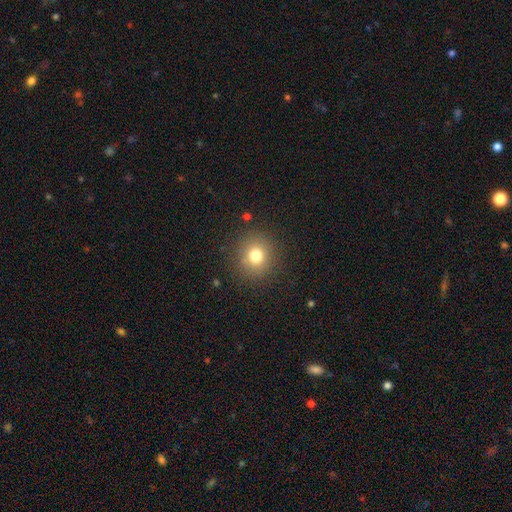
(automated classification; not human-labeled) Smooth or featured?
  - smooth: 76% *
  - star or artifact: 15%
  - featured or disk: 9%
How rounded?
  - round: 91% *
  - in between: 8%
  - cigar-shaped: 1%
Merging?
  - none: 87% *
  - minor disturbance: 8%
  - major disturbance: 4%
  - merger: 2%